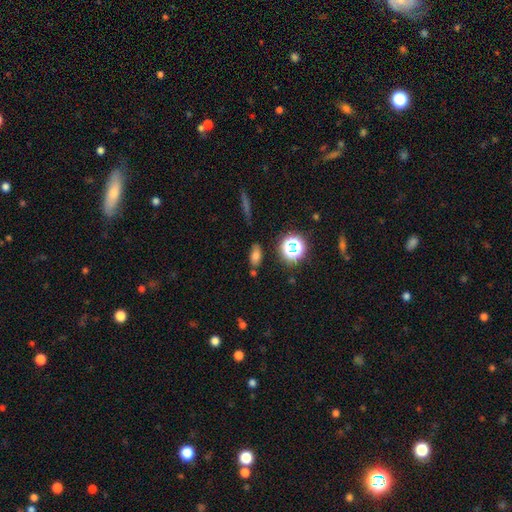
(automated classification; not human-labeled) The model was most divided on "smooth or featured": smooth: 70%, star or artifact: 20%, featured or disk: 10%. More confident: how rounded — in between (78%); merging — none (76%).